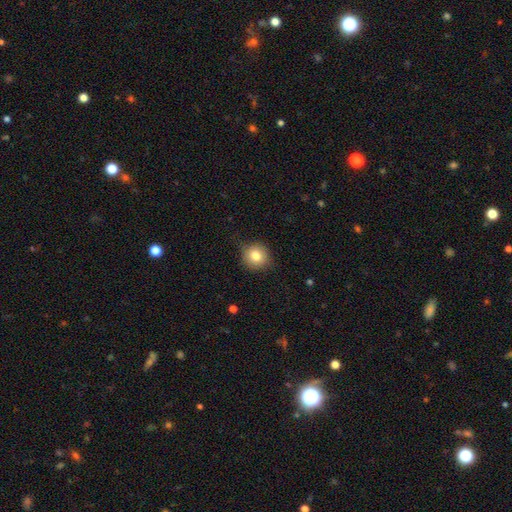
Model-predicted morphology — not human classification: Q: Smooth or featured?
A: smooth (80%); runner-up: star or artifact (10%)
Q: How rounded?
A: round (90%); runner-up: in between (9%)
Q: Merging?
A: none (81%); runner-up: minor disturbance (14%)